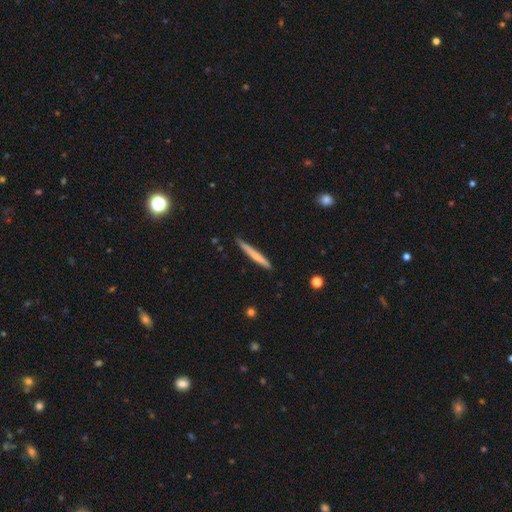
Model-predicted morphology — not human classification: smooth-or-featured: smooth: 63% | featured or disk: 32% | star or artifact: 6%
  how-rounded: cigar-shaped: 97% | in between: 2% | round: 1%
  merging: none: 88% | minor disturbance: 10% | major disturbance: 2% | merger: 1%